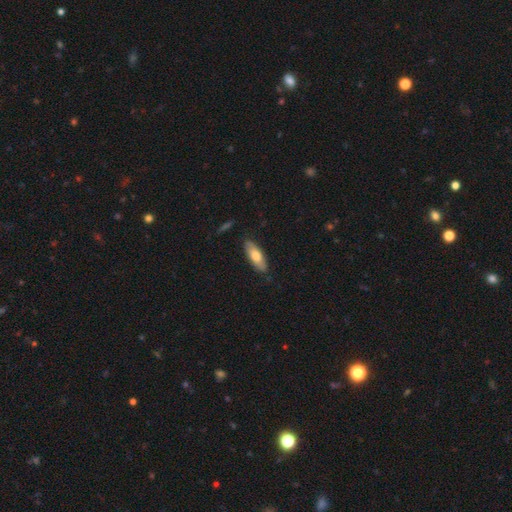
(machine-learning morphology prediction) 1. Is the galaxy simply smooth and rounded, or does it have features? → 71% smooth, 24% featured or disk, 6% star or artifact.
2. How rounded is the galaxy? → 69% in between, 29% cigar-shaped, 2% round.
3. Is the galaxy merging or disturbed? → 82% none, 14% minor disturbance, 3% major disturbance, 1% merger.